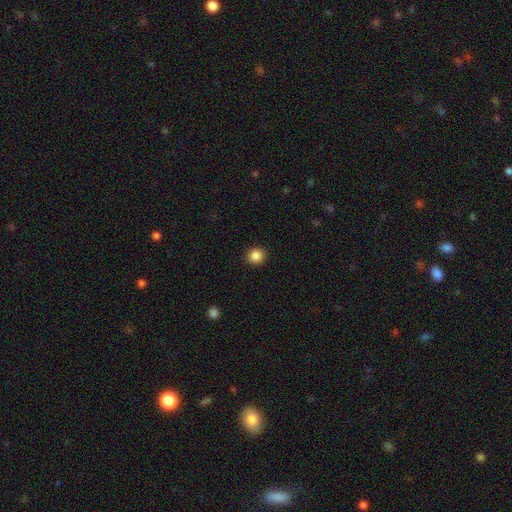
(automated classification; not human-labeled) Smooth or featured?
  - smooth: 87% *
  - star or artifact: 10%
  - featured or disk: 3%
How rounded?
  - round: 90% *
  - in between: 10%
  - cigar-shaped: 1%
Merging?
  - none: 92% *
  - minor disturbance: 5%
  - major disturbance: 2%
  - merger: 1%